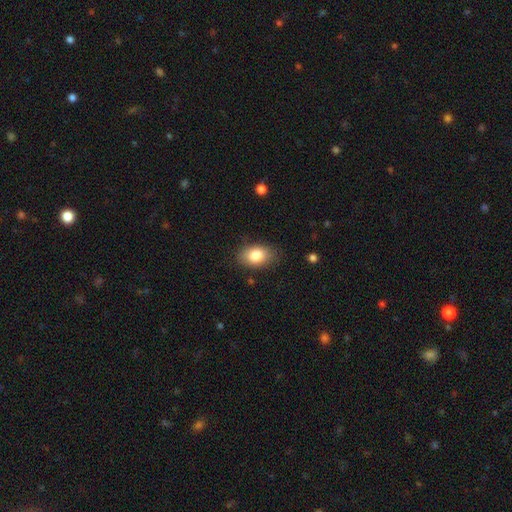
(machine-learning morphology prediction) Smooth or featured? Predicted: smooth (p=0.83). How rounded? Predicted: in between (p=0.85). Merging? Predicted: none (p=0.81).